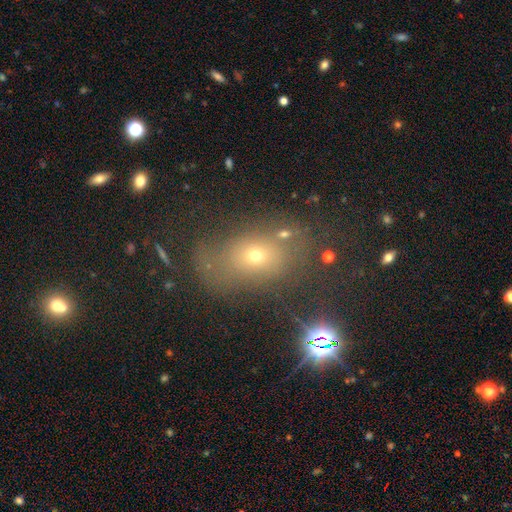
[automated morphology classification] smooth-or-featured: smooth: 59% | star or artifact: 22% | featured or disk: 19%
  how-rounded: in between: 68% | round: 30% | cigar-shaped: 2%
  merging: none: 58% | minor disturbance: 19% | major disturbance: 15% | merger: 8%